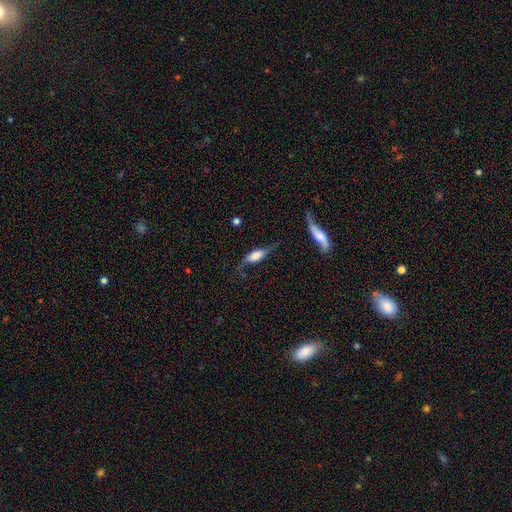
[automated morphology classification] Smooth or featured: featured or disk — 50% (smooth — 42%)
Merging: none — 49% (minor disturbance — 27%)